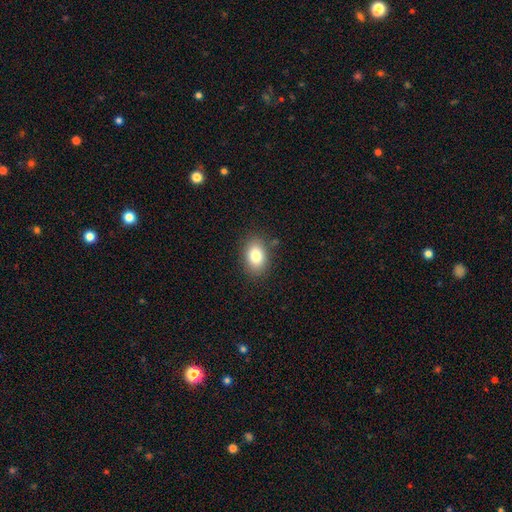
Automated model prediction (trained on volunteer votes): Smooth or featured? smooth (82%)
How rounded? in between (82%)
Merging? none (85%)